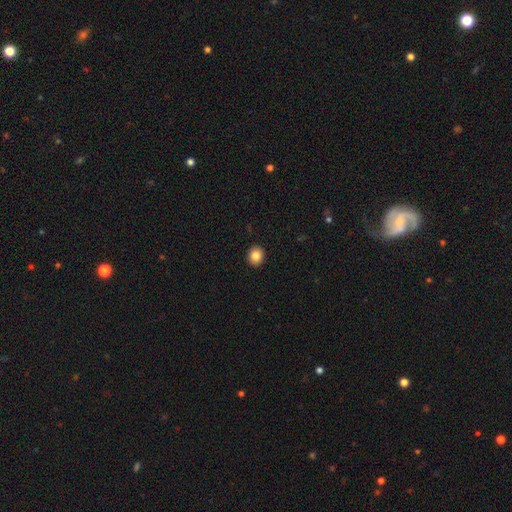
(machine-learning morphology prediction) This appears to be a smooth galaxy with no disk features (85%) that is round (79%). Merging: none (93%).